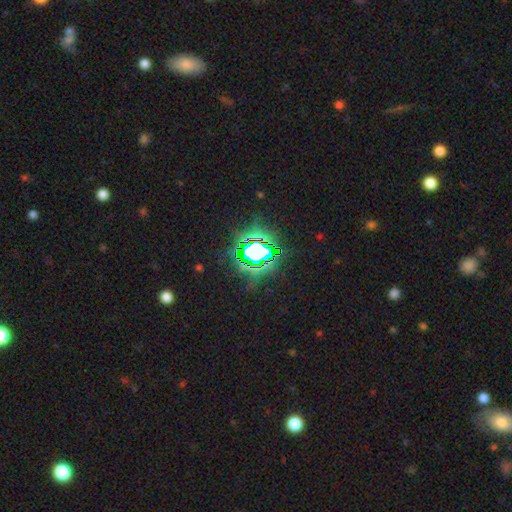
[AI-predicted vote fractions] Morphology: type=star or artifact (74%).